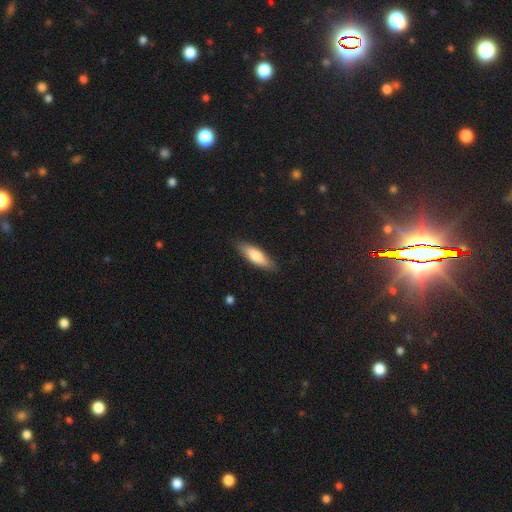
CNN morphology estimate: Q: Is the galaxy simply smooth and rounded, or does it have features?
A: smooth — 74%.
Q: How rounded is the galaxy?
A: cigar-shaped — 53%.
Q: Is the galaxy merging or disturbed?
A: none — 86%.